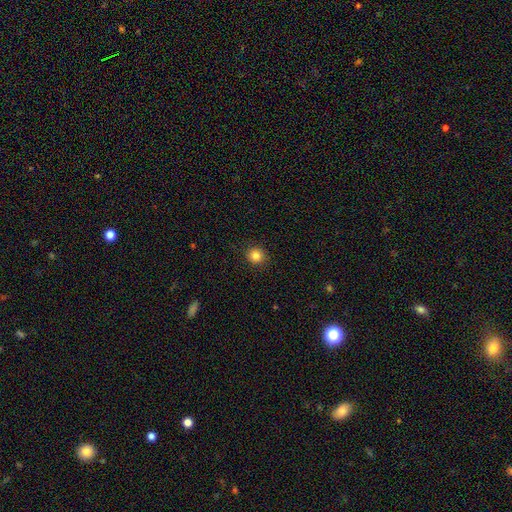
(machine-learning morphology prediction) Smooth or featured? Predicted: smooth (p=0.83). How rounded? Predicted: round (p=0.92). Merging? Predicted: none (p=0.91).